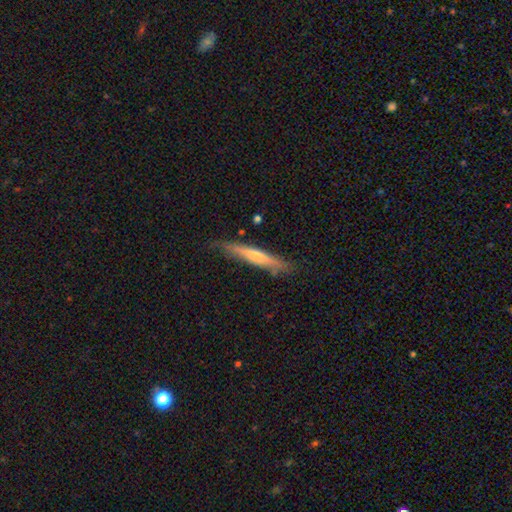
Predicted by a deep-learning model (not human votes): Q: Smooth or featured?
A: smooth (52%); runner-up: featured or disk (43%)
Q: How rounded?
A: cigar-shaped (93%); runner-up: in between (5%)
Q: Merging?
A: none (78%); runner-up: minor disturbance (18%)